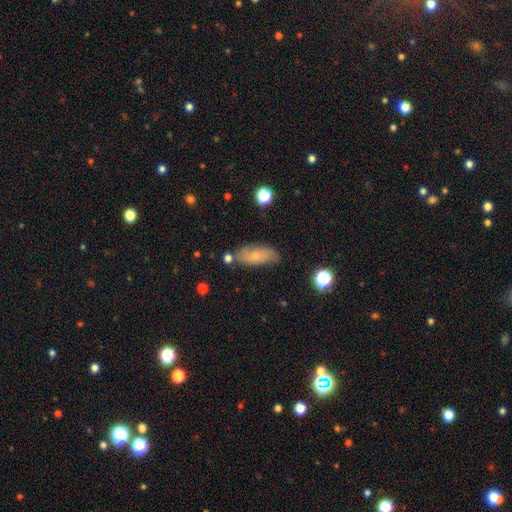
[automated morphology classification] This is likely a smooth galaxy (61%). How rounded: clearly in between (81%). Merging: likely none (71%).